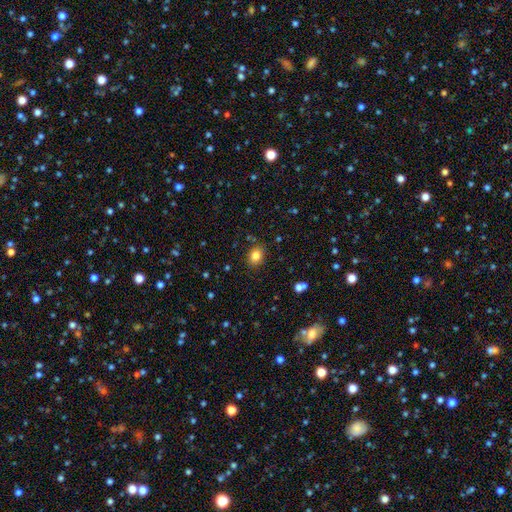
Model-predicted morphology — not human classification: Smooth or featured? smooth (83%)
How rounded? in between (58%)
Merging? none (85%)